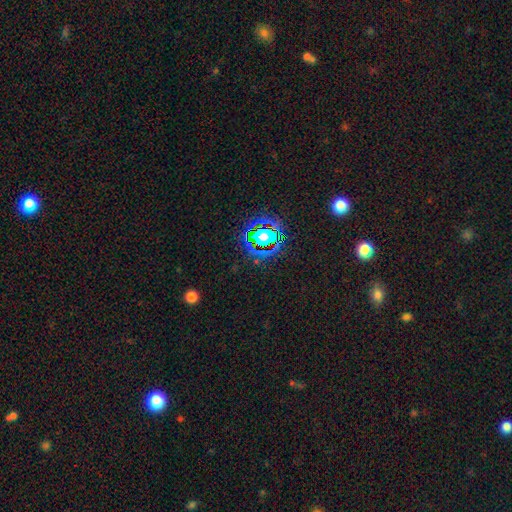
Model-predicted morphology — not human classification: type=star or artifact (73%).